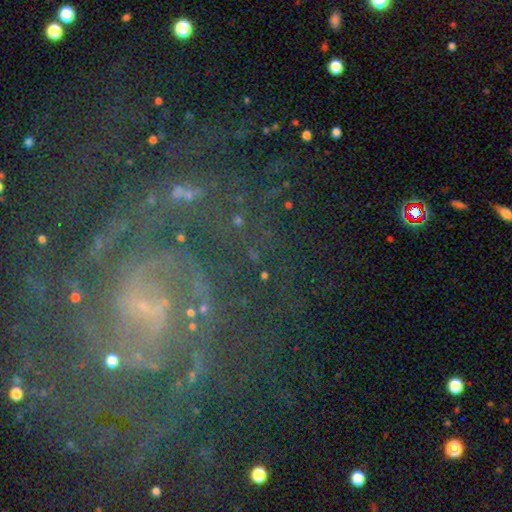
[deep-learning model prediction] Morphology: type=featured or disk (73%); edge-on=no (98%); bar=weak (39%); spiral arms=yes (93%); winding=tight (52%); arm count=2 (33%); bulge=small (67%); merging=none (66%).